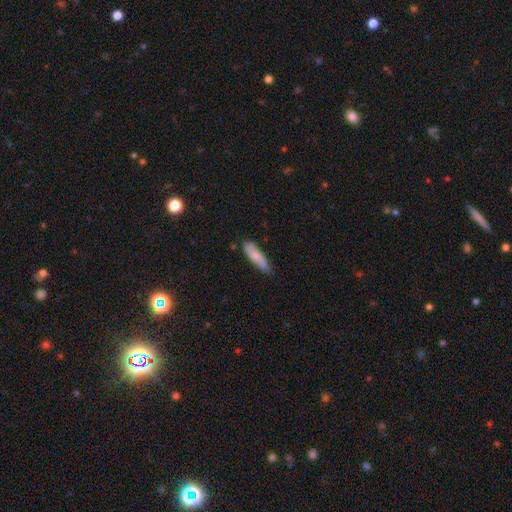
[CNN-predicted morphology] smooth-or-featured: smooth: 76% | featured or disk: 18% | star or artifact: 6%
  how-rounded: cigar-shaped: 61% | in between: 37% | round: 2%
  merging: none: 71% | minor disturbance: 23% | major disturbance: 4% | merger: 2%